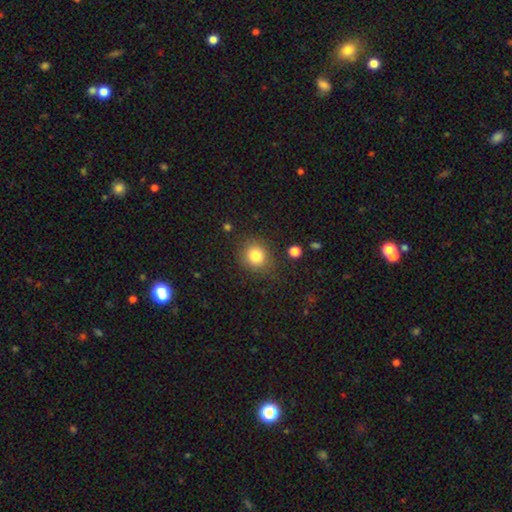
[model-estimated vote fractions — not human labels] The model was most divided on "how rounded": round: 81%, in between: 18%, cigar-shaped: 1%. More confident: smooth or featured — smooth (82%); merging — none (82%).